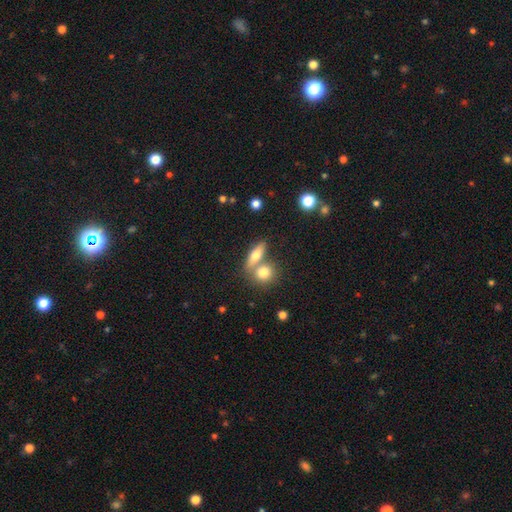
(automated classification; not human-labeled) smooth-or-featured: smooth: 62% | featured or disk: 30% | star or artifact: 8%
  how-rounded: in between: 51% | cigar-shaped: 34% | round: 15%
  merging: none: 50% | merger: 38% | minor disturbance: 8% | major disturbance: 4%